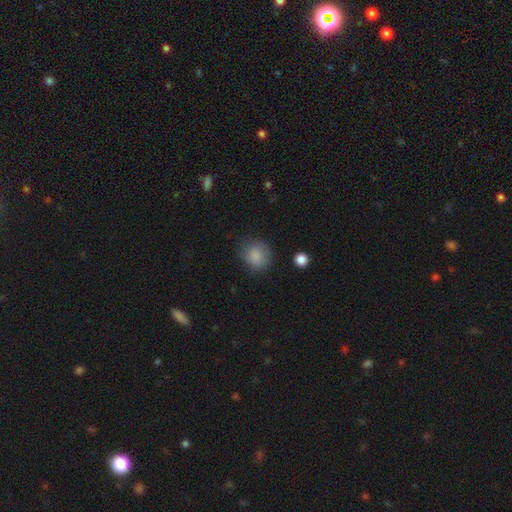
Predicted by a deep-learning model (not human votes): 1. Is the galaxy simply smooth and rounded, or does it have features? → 86% smooth, 9% star or artifact, 6% featured or disk.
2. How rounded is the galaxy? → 78% round, 21% in between, 1% cigar-shaped.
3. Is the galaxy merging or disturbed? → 75% none, 18% minor disturbance, 6% major disturbance, 2% merger.